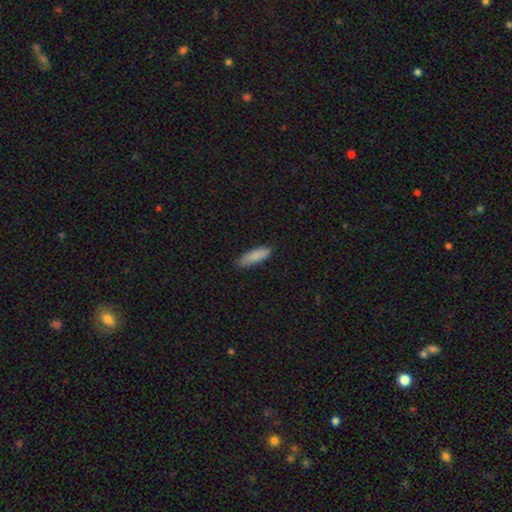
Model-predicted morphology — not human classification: type=smooth (87%); roundness=in between (52%); merging=none (83%).